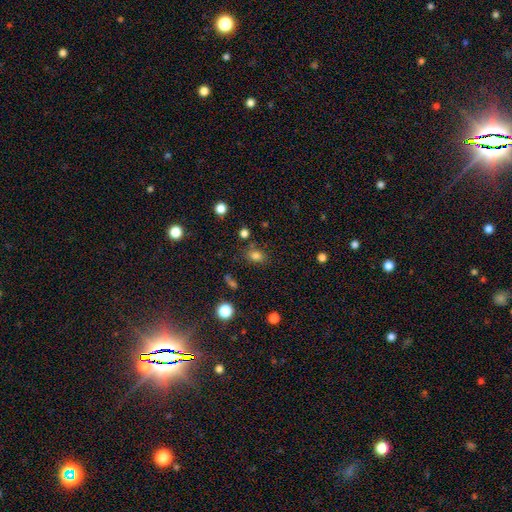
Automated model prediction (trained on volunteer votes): smooth-or-featured: smooth: 79% | star or artifact: 15% | featured or disk: 7%
  how-rounded: in between: 60% | round: 39% | cigar-shaped: 2%
  merging: none: 73% | minor disturbance: 15% | merger: 6% | major disturbance: 5%